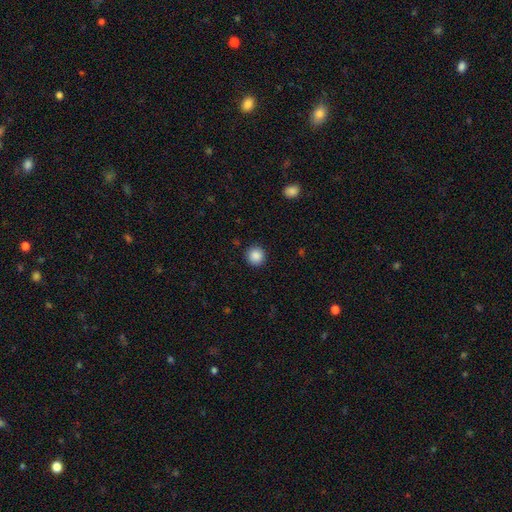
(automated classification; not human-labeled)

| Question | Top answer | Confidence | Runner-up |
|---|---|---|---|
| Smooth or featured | smooth | 88% | star or artifact (9%) |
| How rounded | round | 94% | in between (5%) |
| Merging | none | 92% | minor disturbance (5%) |